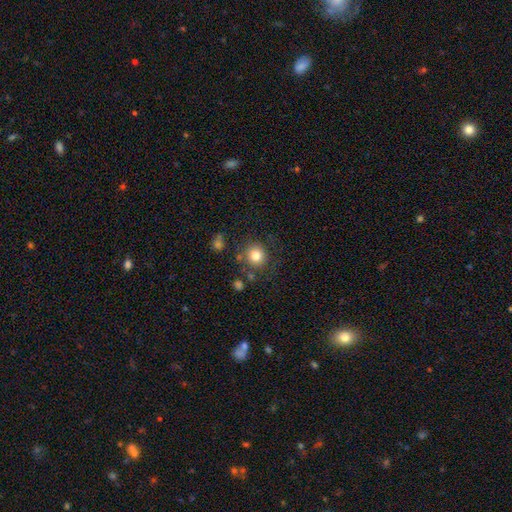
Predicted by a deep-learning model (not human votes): Q: Smooth or featured?
A: smooth (82%); runner-up: star or artifact (11%)
Q: How rounded?
A: round (90%); runner-up: in between (9%)
Q: Merging?
A: none (80%); runner-up: minor disturbance (10%)